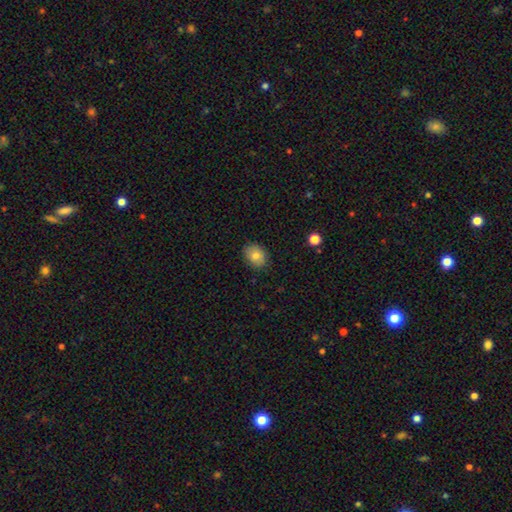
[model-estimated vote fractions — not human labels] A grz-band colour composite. It shows a smooth galaxy with no disk features (81%) that is in between round and cigar-shaped (61%). Merging: none (85%).